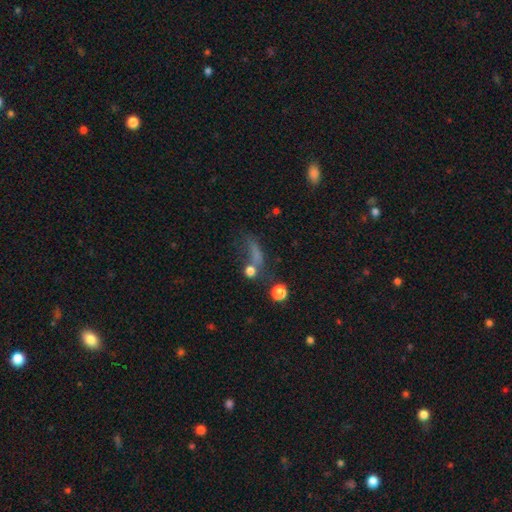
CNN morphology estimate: A smooth galaxy with no disk features (53%) that is in between round and cigar-shaped (40%). Merging: none (36%).